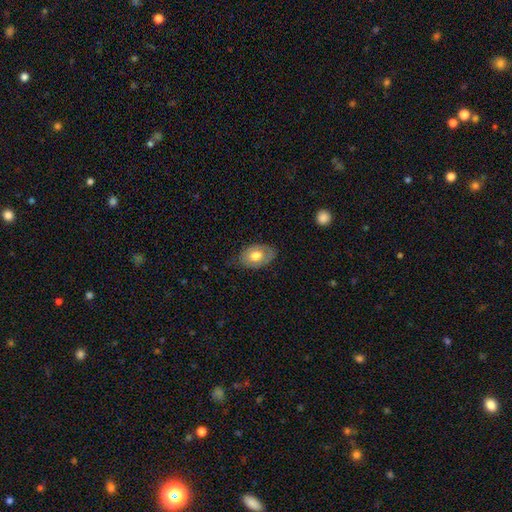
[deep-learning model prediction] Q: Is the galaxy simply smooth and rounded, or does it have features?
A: smooth — 57%.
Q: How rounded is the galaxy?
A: in between — 87%.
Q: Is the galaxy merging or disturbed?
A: none — 68%.